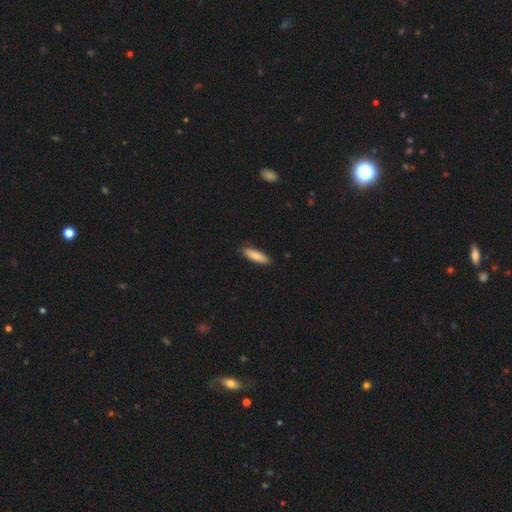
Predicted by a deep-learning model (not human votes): Morphology: type=smooth (84%); roundness=cigar-shaped (62%); merging=none (88%).